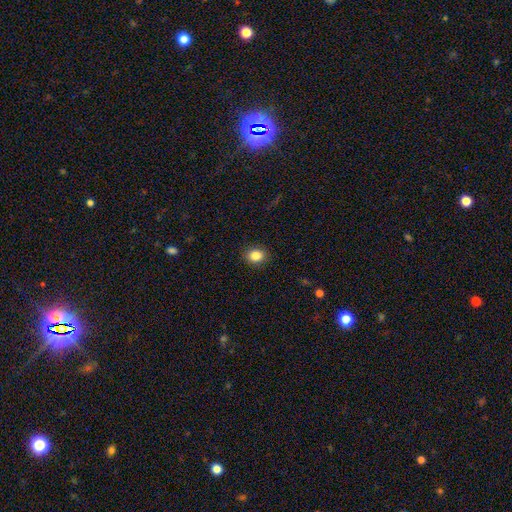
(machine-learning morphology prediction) A smooth galaxy with no disk features (85%) that is round (61%). Merging: none (90%).